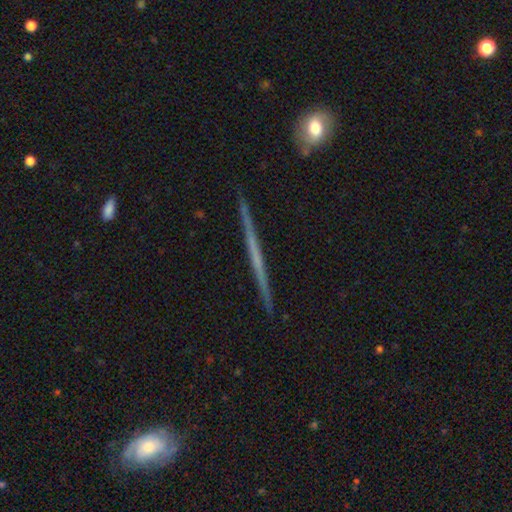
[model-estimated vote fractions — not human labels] Smooth or featured? Predicted: featured or disk (p=0.67). Edge-on disk? Predicted: yes (p=0.98). Edge-on bulge? Predicted: none (p=0.86). Merging? Predicted: none (p=0.92).